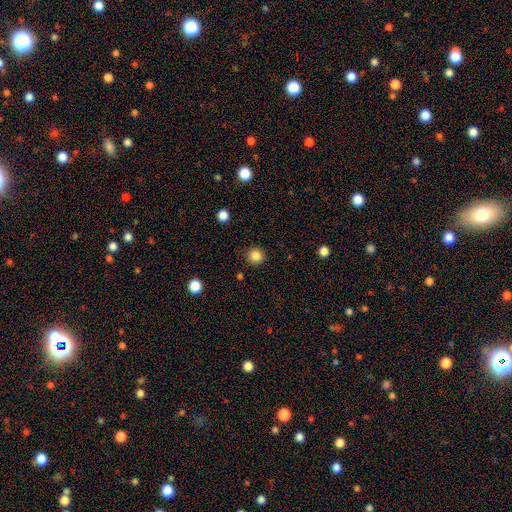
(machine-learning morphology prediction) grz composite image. It shows a smooth galaxy with no disk features (85%) that is round (92%). Merging: none (90%).